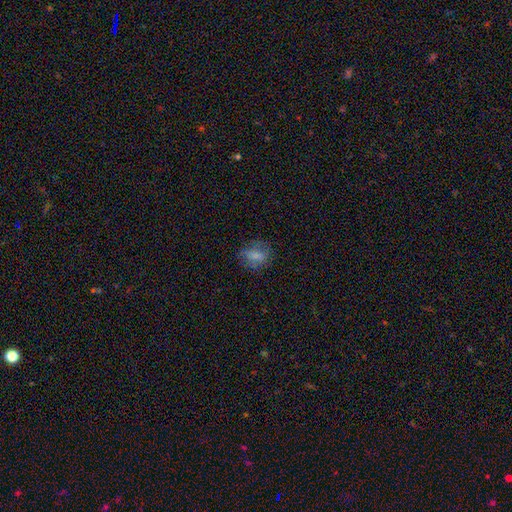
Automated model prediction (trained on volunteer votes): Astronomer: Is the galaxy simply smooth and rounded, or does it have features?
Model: smooth — 69%.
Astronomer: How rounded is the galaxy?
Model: in between — 59% (runner-up: round, 37%).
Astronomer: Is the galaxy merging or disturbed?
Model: none — 68%.